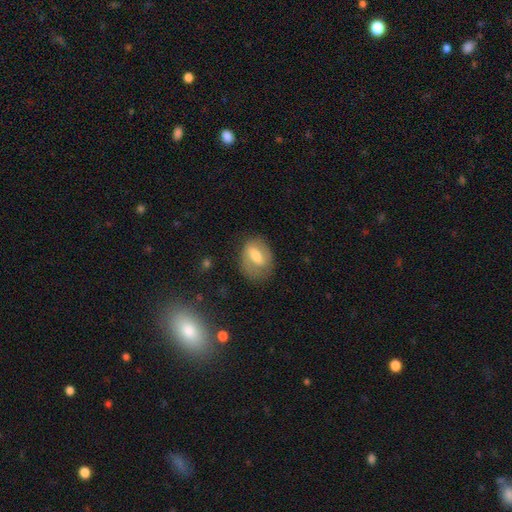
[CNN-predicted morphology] Q: Smooth or featured?
A: smooth (50%); runner-up: featured or disk (42%)
Q: Merging?
A: none (69%); runner-up: minor disturbance (20%)